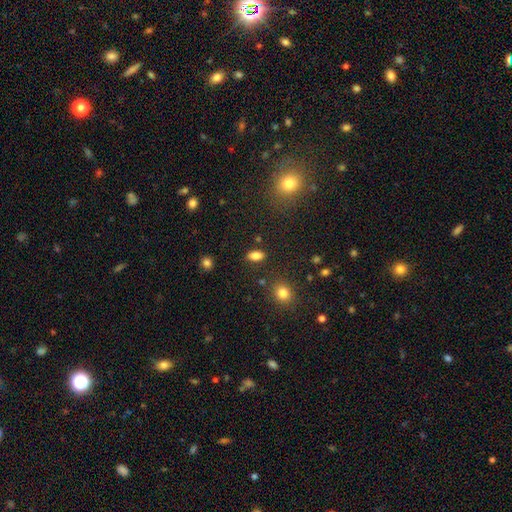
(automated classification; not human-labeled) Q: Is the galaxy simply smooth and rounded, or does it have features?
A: smooth — 83%.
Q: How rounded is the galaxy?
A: in between — 87%.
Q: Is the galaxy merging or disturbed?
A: none — 86%.